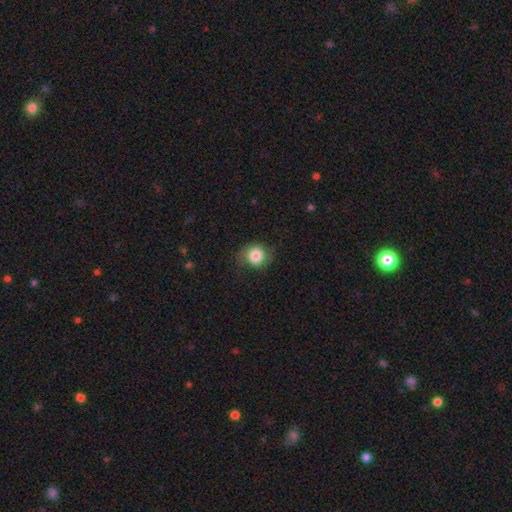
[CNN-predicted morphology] Overall: smooth (83%). How rounded: round (81%). Merging: none (71%).